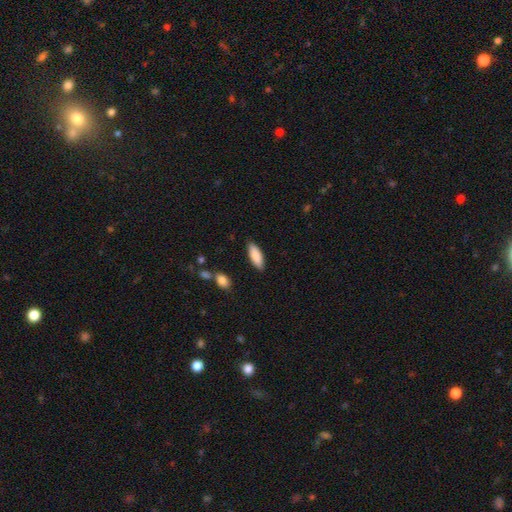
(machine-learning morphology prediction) Overall: smooth (87%). How rounded: in between (63%; cigar-shaped 35%). Merging: none (87%).